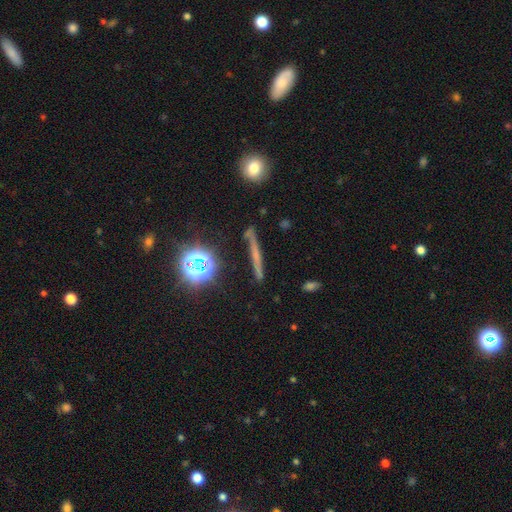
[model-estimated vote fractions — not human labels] This is possibly a featured or disk galaxy (46%). Merging: clearly none (86%).